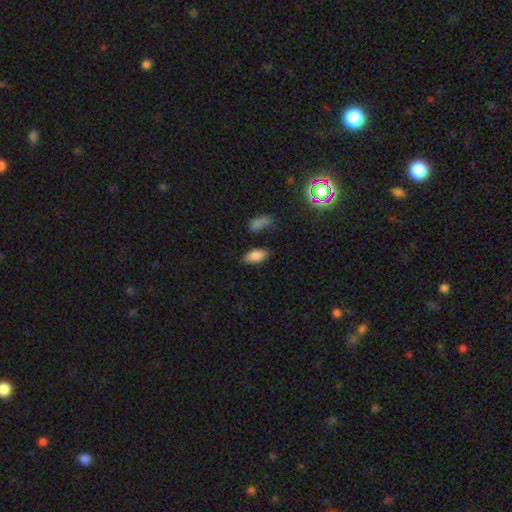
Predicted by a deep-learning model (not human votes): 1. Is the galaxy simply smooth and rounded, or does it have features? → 83% smooth, 8% featured or disk, 8% star or artifact.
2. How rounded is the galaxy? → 90% in between, 8% cigar-shaped, 3% round.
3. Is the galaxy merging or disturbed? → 77% none, 15% minor disturbance, 5% merger, 4% major disturbance.